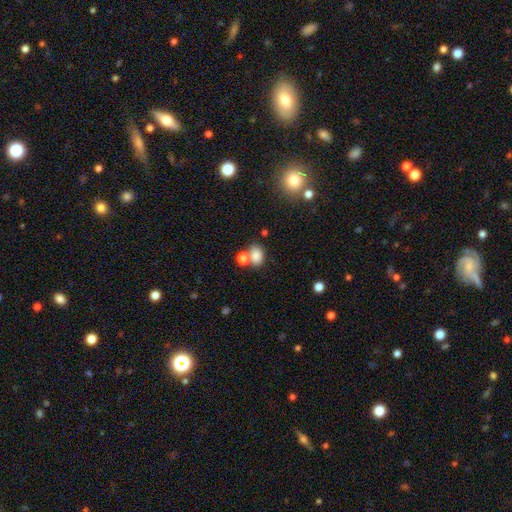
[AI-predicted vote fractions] Smooth or featured? smooth (81%)
How rounded? in between (71%)
Merging? none (50%)